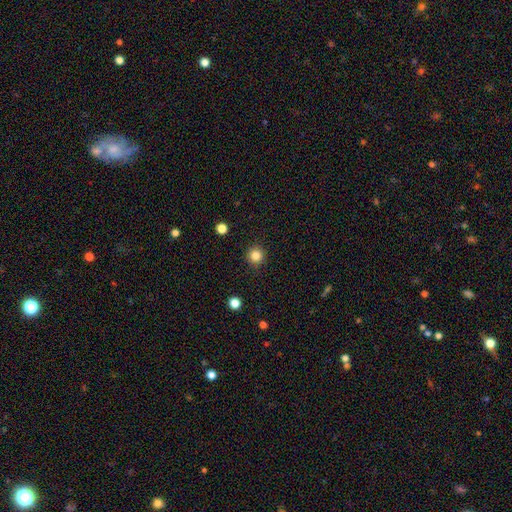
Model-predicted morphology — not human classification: Overall: smooth (84%). How rounded: round (95%). Merging: none (92%).